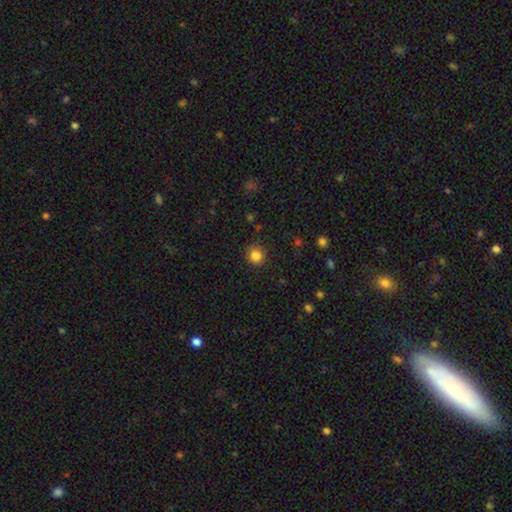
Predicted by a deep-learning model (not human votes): A smooth galaxy with no disk features (84%) that is round (88%).

Vote fractions:
- Smooth or featured? smooth: 84% / star or artifact: 11% / featured or disk: 4%
- How rounded? round: 88% / in between: 12% / cigar-shaped: 1%
- Merging? none: 87% / minor disturbance: 9% / major disturbance: 3% / merger: 1%